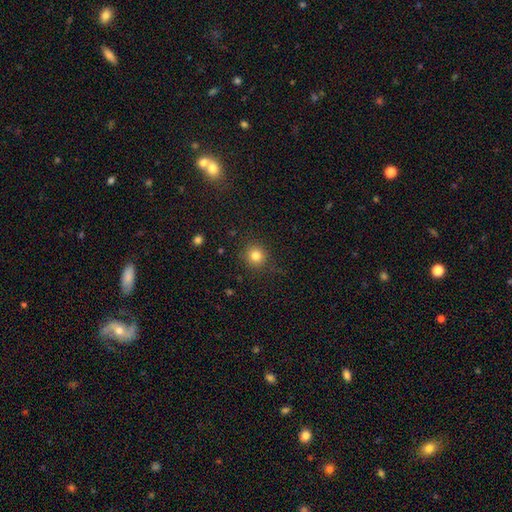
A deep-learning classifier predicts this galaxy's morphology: Smooth or featured? Predicted: smooth (p=0.81). How rounded? Predicted: round (p=0.92). Merging? Predicted: none (p=0.87).